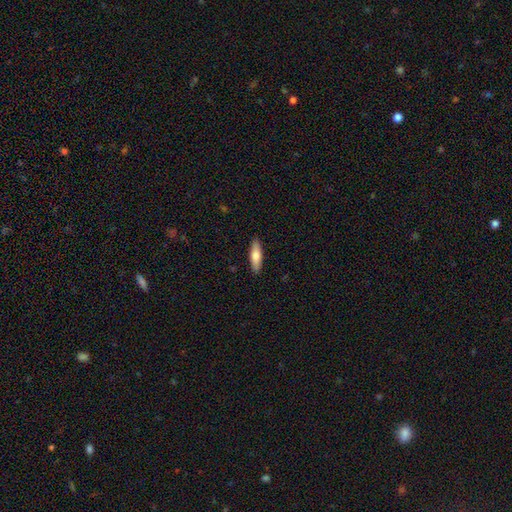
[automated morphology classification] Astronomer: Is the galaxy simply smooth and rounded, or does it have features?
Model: smooth — 73%.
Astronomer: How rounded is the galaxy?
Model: cigar-shaped — 57% (runner-up: in between, 41%).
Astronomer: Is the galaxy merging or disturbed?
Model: none — 90%.